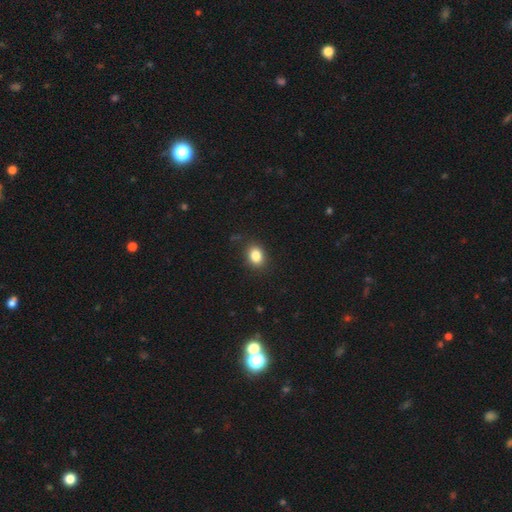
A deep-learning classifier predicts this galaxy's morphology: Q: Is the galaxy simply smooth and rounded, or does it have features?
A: smooth — 84%.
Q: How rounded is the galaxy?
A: in between — 58%.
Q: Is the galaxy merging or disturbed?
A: none — 87%.